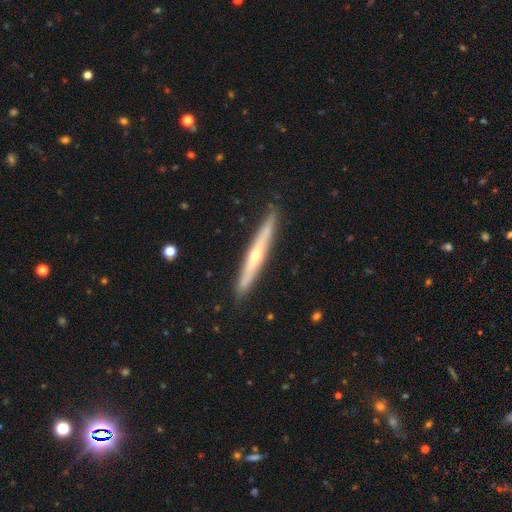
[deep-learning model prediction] A featured or disk galaxy (68%) viewed edge-on (94%) with a rounded central bulge (76%). Merging: none (89%).